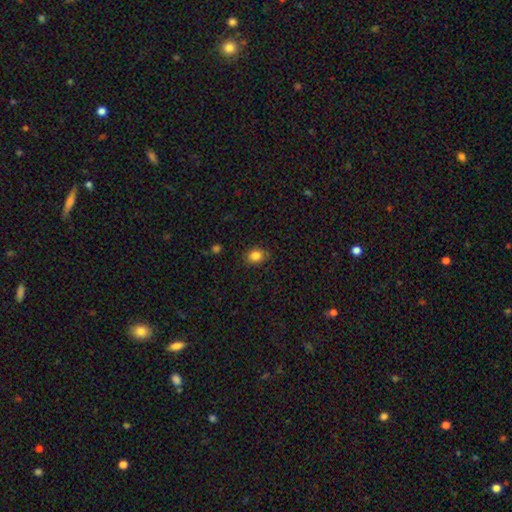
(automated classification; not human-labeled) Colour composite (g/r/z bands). It shows a smooth galaxy with no disk features (84%) that is round (51%). Merging: none (82%).